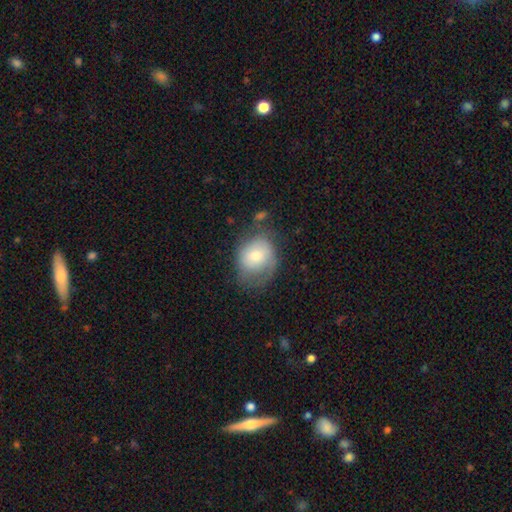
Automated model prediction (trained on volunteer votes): Q: Smooth or featured?
A: smooth (63%); runner-up: featured or disk (29%)
Q: How rounded?
A: round (54%); runner-up: in between (45%)
Q: Merging?
A: none (45%); runner-up: minor disturbance (32%)